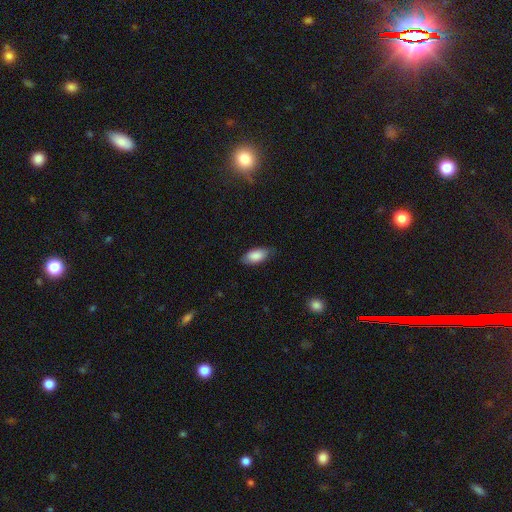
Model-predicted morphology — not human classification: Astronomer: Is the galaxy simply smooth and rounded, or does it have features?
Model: smooth — 85%.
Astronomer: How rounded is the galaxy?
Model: in between — 90%.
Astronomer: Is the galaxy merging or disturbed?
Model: none — 75%.